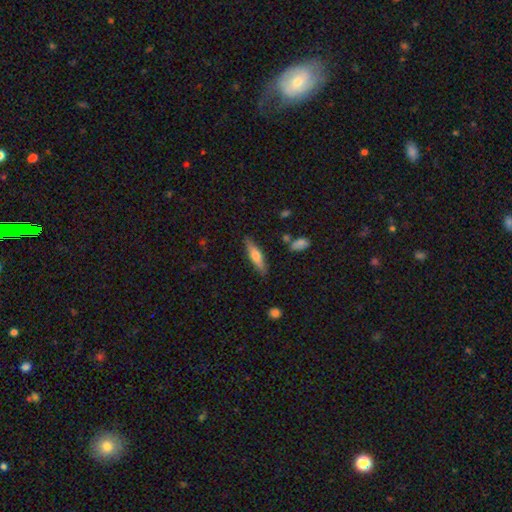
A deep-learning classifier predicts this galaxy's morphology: smooth 56%, featured or disk 38%, star or artifact 6%. Down the decision tree: how rounded — cigar-shaped (72%); merging — none (85%).